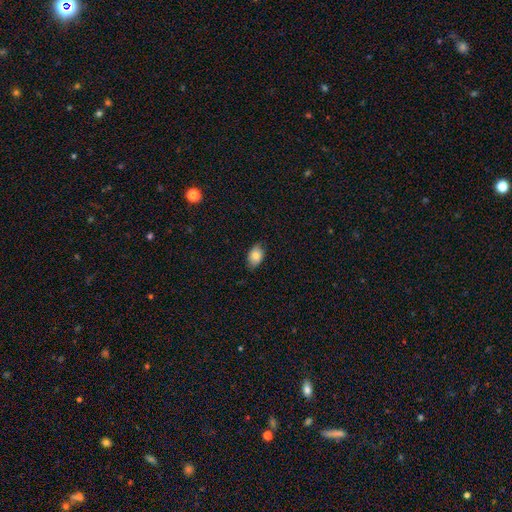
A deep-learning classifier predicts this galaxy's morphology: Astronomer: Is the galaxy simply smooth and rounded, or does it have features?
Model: smooth — 79%.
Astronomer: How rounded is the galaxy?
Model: in between — 87%.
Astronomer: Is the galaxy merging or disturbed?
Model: none — 78%.